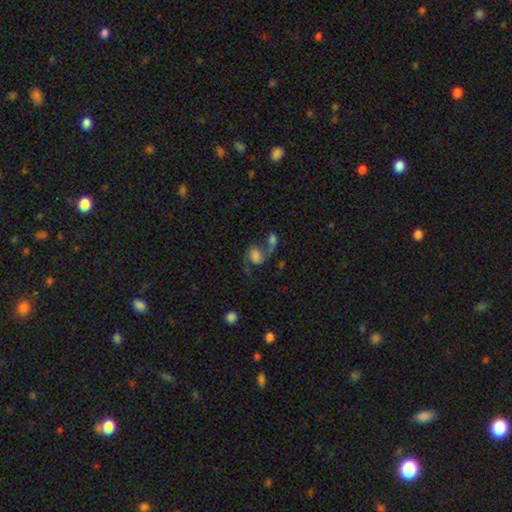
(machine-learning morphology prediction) type=featured or disk (56%); edge-on=no (97%); bar=no (57%); spiral arms=yes (86%); bulge=moderate (27%); merging=merger (48%).